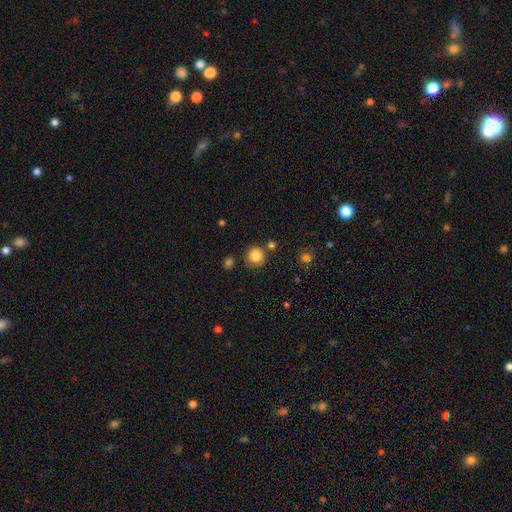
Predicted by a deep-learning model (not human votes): Smooth or featured? smooth (84%)
How rounded? round (92%)
Merging? none (78%)